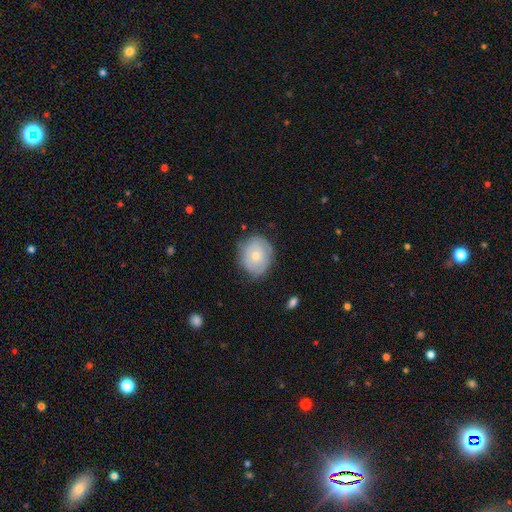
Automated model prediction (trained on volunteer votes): A smooth galaxy with no disk features (59%) that is round (65%).

Vote fractions:
- Smooth or featured? smooth: 59% / featured or disk: 35% / star or artifact: 7%
- How rounded? round: 65% / in between: 34% / cigar-shaped: 1%
- Merging? none: 72% / minor disturbance: 21% / major disturbance: 5% / merger: 1%